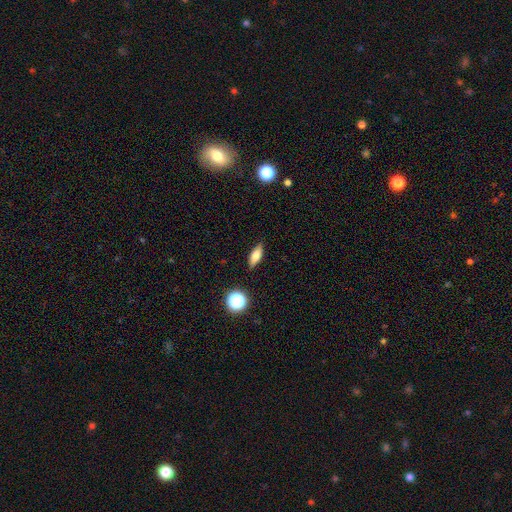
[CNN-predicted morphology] A smooth galaxy with no disk features (72%) that is in between round and cigar-shaped (66%).

Vote fractions:
- Smooth or featured? smooth: 72% / featured or disk: 19% / star or artifact: 10%
- How rounded? in between: 66% / cigar-shaped: 29% / round: 6%
- Merging? none: 87% / minor disturbance: 9% / major disturbance: 2% / merger: 1%